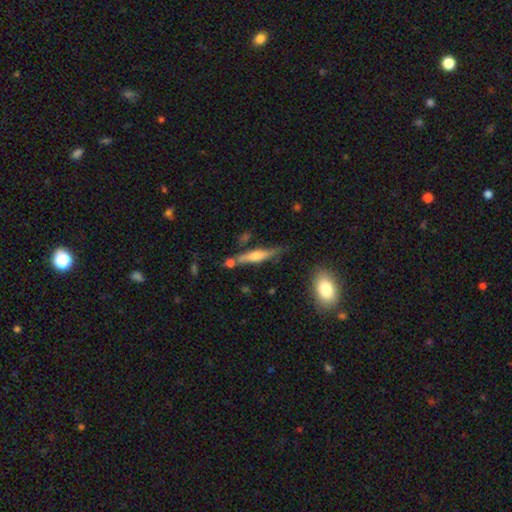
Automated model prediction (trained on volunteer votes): Smooth or featured: featured or disk — 55% (smooth — 38%)
Edge-on disk: yes — 93% (no — 7%)
Edge-on bulge: rounded — 80% (boxy — 11%)
Merging: none — 68% (minor disturbance — 17%)